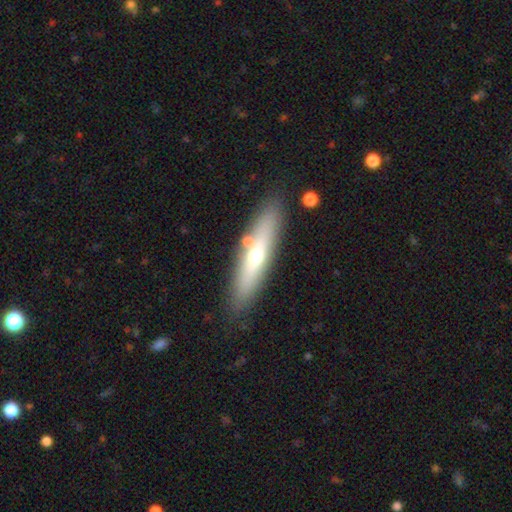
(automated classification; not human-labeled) The model was most divided on "smooth or featured": featured or disk: 47%, smooth: 46%, star or artifact: 7%. More confident: merging — none (82%).